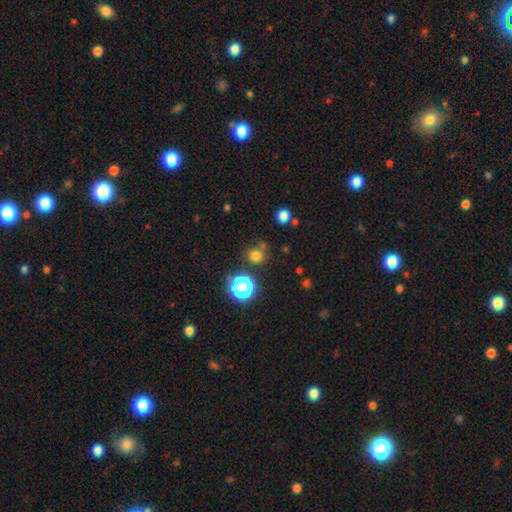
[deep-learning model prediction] Smooth or featured?
  - smooth: 73% *
  - star or artifact: 22%
  - featured or disk: 5%
How rounded?
  - round: 90% *
  - in between: 9%
  - cigar-shaped: 1%
Merging?
  - none: 74% *
  - minor disturbance: 12%
  - merger: 10%
  - major disturbance: 5%